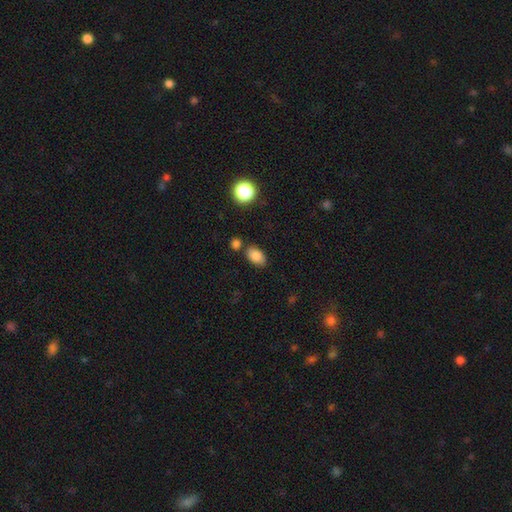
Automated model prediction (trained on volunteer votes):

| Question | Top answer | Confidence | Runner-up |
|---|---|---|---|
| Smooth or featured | smooth | 84% | star or artifact (9%) |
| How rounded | in between | 88% | round (10%) |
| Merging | none | 76% | minor disturbance (12%) |